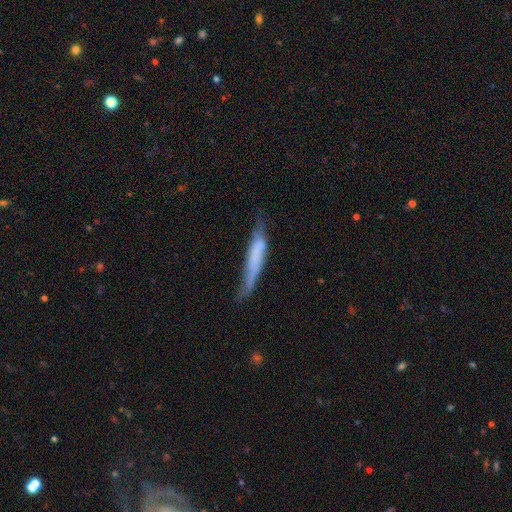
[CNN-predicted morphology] A smooth galaxy with no disk features (56%) that is cigar-shaped (90%). Merging: none (46%).